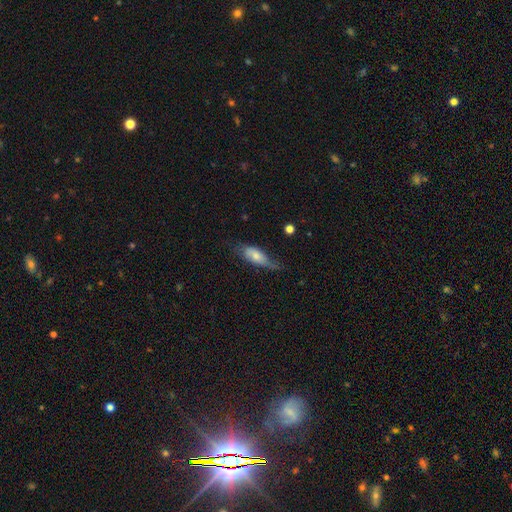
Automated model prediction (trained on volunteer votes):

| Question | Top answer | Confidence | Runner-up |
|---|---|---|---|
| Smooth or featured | smooth | 59% | featured or disk (34%) |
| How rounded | in between | 76% | cigar-shaped (21%) |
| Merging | none | 40% | minor disturbance (38%) |